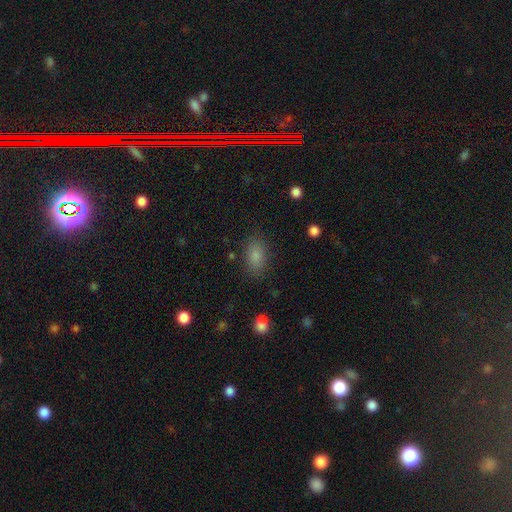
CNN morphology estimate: A smooth galaxy with no disk features (84%) that is in between round and cigar-shaped (88%).

Vote fractions:
- Smooth or featured? smooth: 84% / star or artifact: 10% / featured or disk: 6%
- How rounded? in between: 88% / round: 9% / cigar-shaped: 3%
- Merging? none: 83% / minor disturbance: 11% / major disturbance: 4% / merger: 2%